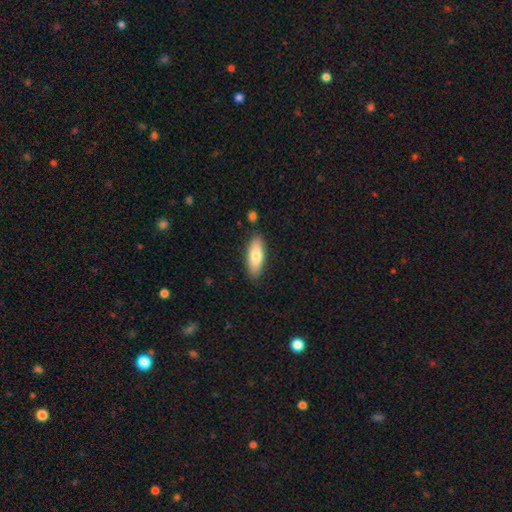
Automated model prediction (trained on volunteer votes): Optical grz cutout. It shows a smooth galaxy with no disk features (76%) that is in between round and cigar-shaped (70%). Merging: none (85%).